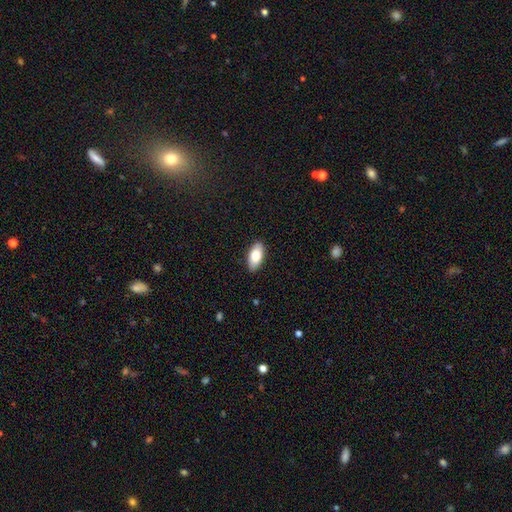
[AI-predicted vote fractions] A smooth galaxy with no disk features (79%) that is in between round and cigar-shaped (91%). Merging: none (89%).